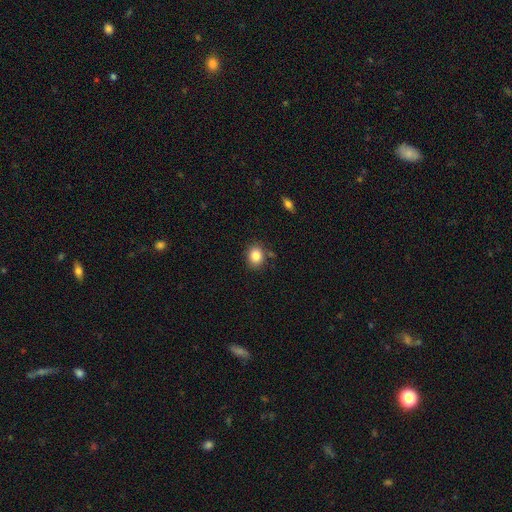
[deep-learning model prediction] The model was most divided on "how rounded": round: 57%, in between: 42%, cigar-shaped: 1%. More confident: smooth or featured — smooth (85%); merging — none (82%).